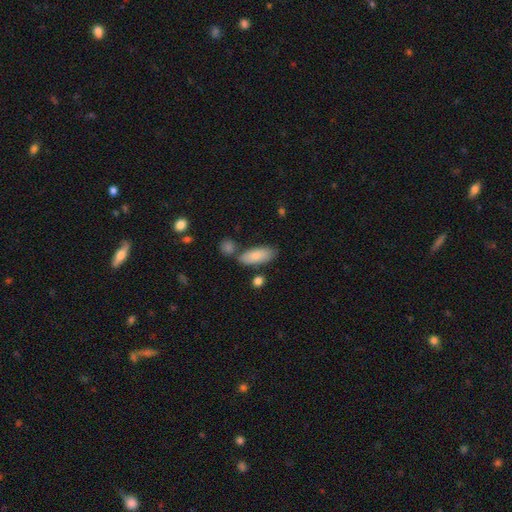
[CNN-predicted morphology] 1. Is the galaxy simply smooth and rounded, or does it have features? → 83% smooth, 11% featured or disk, 6% star or artifact.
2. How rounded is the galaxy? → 80% in between, 17% cigar-shaped, 2% round.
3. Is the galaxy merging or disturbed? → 69% none, 15% minor disturbance, 12% merger, 4% major disturbance.